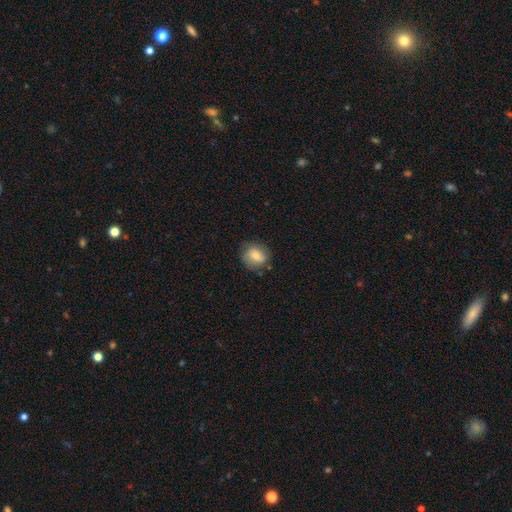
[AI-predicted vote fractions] smooth-or-featured: smooth: 70% | featured or disk: 21% | star or artifact: 8%
  how-rounded: round: 77% | in between: 22% | cigar-shaped: 1%
  merging: none: 74% | minor disturbance: 18% | major disturbance: 5% | merger: 2%